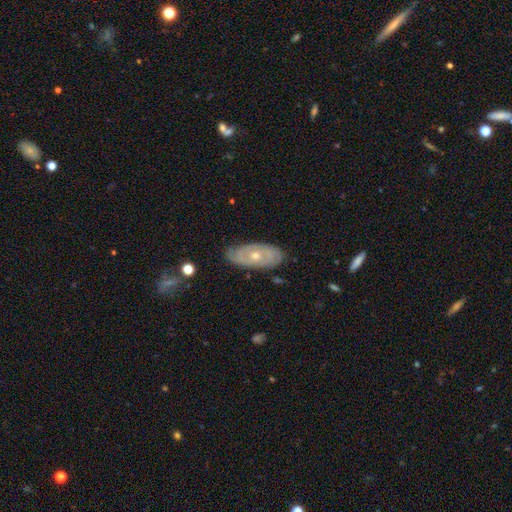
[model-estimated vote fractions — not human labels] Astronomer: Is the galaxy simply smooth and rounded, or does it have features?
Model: featured or disk — 75%.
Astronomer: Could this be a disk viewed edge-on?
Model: no — 89%.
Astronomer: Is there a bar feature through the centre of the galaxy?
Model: no — 82%.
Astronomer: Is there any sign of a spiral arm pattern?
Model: yes — 75%.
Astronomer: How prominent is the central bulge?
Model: moderate — 51% (runner-up: small, 46%).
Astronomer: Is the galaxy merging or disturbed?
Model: none — 80%.